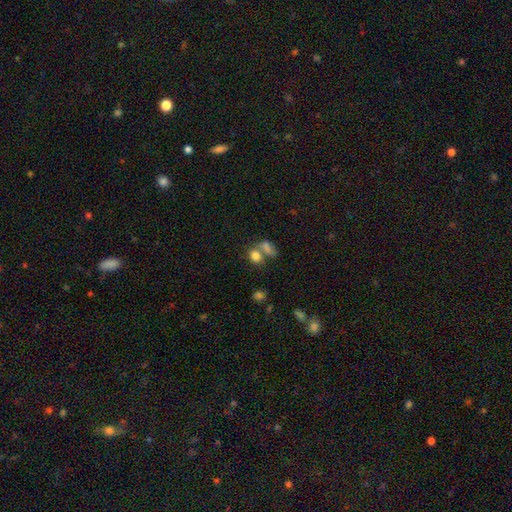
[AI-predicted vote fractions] smooth-or-featured: smooth: 79% | star or artifact: 11% | featured or disk: 9%
  how-rounded: in between: 61% | round: 37% | cigar-shaped: 2%
  merging: merger: 45% | none: 39% | minor disturbance: 10% | major disturbance: 6%